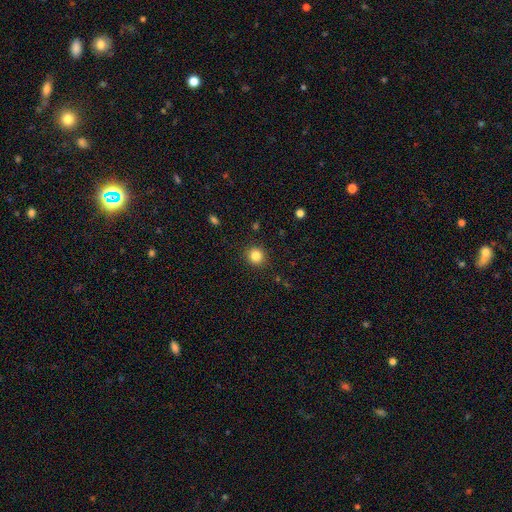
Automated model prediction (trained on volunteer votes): smooth-or-featured: smooth: 83% | star or artifact: 11% | featured or disk: 5%
  how-rounded: round: 91% | in between: 8% | cigar-shaped: 1%
  merging: none: 91% | minor disturbance: 6% | major disturbance: 2% | merger: 1%